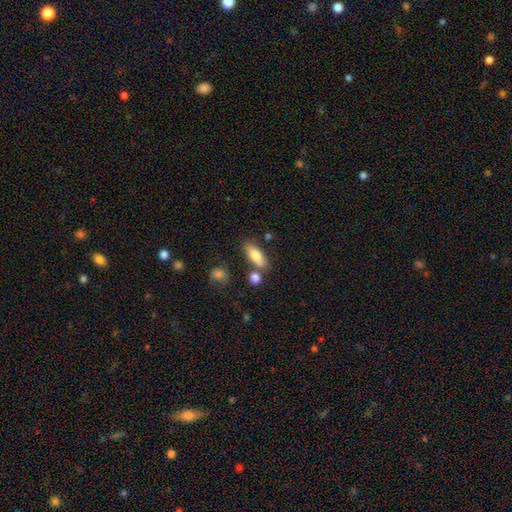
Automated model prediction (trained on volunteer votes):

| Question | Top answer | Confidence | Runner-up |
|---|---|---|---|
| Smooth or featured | smooth | 77% | featured or disk (16%) |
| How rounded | in between | 71% | cigar-shaped (25%) |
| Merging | none | 67% | merger (16%) |